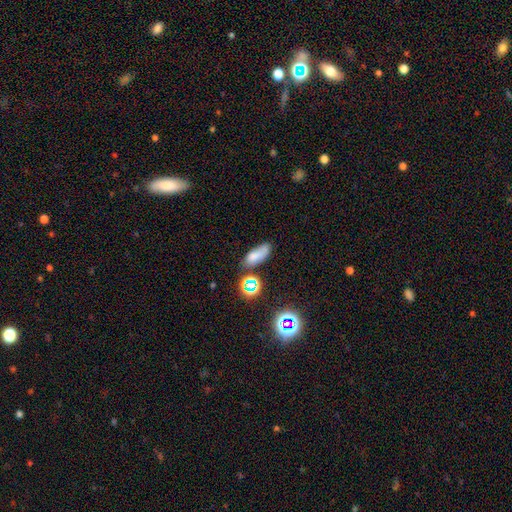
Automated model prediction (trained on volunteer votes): This is likely a smooth galaxy (66%). How rounded: likely in between (73%). Merging: possibly none (51%).